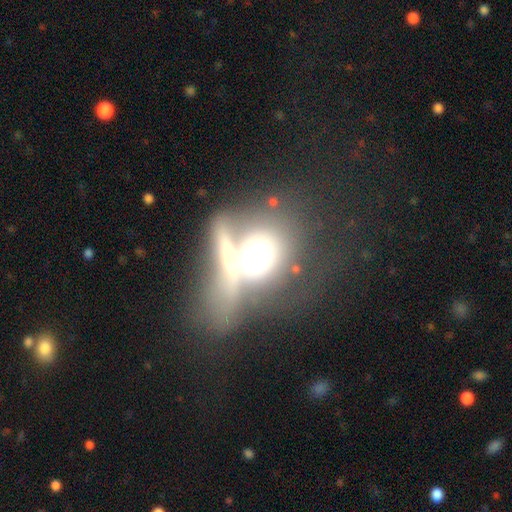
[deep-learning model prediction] smooth-or-featured: smooth: 43% | featured or disk: 40% | star or artifact: 17%
  merging: merger: 40% | none: 36% | major disturbance: 13% | minor disturbance: 11%